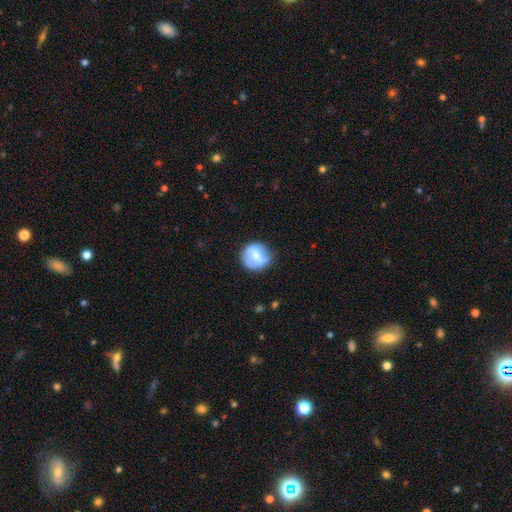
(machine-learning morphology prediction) Smooth or featured? Predicted: featured or disk (p=0.50). Edge-on disk? Predicted: no (p=0.94). Merging? Predicted: none (p=0.75).